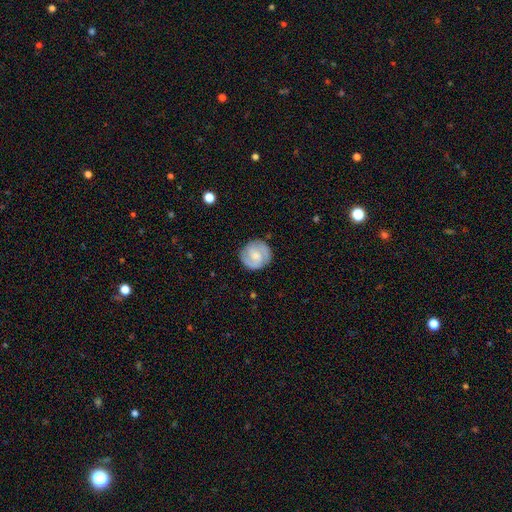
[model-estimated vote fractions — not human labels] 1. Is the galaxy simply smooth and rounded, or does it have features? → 61% featured or disk, 33% smooth, 6% star or artifact.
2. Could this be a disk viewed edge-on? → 98% no, 2% yes.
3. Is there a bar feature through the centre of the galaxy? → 47% weak, 44% no, 9% strong.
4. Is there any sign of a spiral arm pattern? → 89% yes, 11% no.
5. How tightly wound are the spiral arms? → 47% tight, 41% medium, 12% loose.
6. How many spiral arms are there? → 67% 2, 16% can't tell, 10% 3, 4% 1, 2% 4, 2% more than 4.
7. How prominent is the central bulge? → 43% small, 40% moderate, 11% none, 5% large, 1% dominant.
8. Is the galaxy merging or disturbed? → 83% none, 12% minor disturbance, 3% major disturbance, 1% merger.